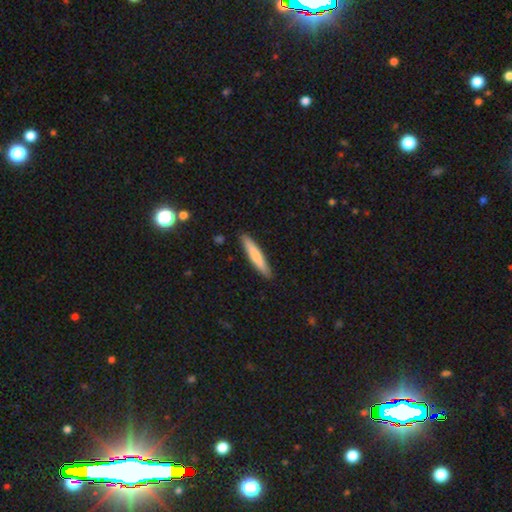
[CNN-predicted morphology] Overall: smooth (72%). How rounded: cigar-shaped (92%). Merging: none (90%).